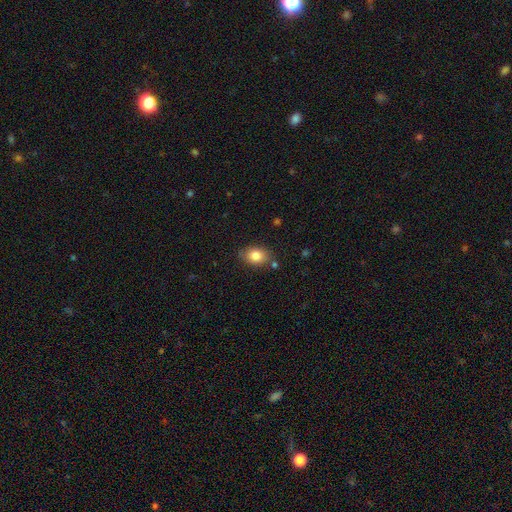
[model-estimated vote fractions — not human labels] Q: Smooth or featured?
A: smooth (83%); runner-up: featured or disk (9%)
Q: How rounded?
A: in between (74%); runner-up: round (25%)
Q: Merging?
A: none (78%); runner-up: minor disturbance (15%)